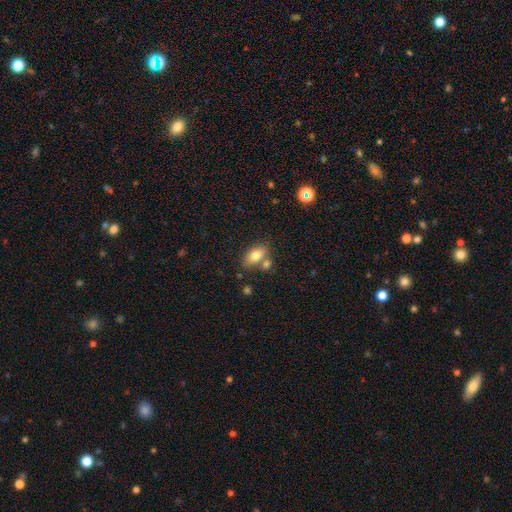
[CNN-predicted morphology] Smooth or featured? smooth (78%)
How rounded? in between (87%)
Merging? none (60%)